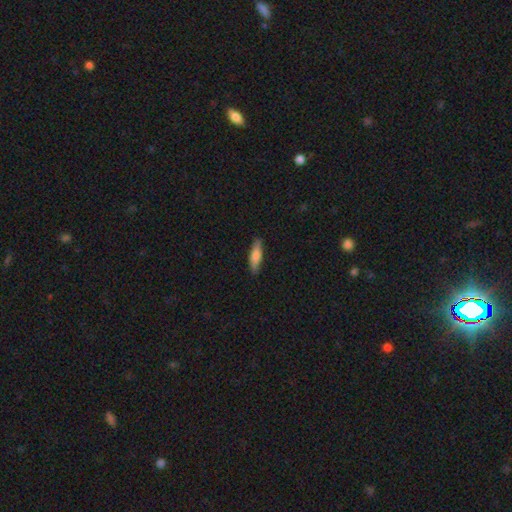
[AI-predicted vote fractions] smooth-or-featured: smooth: 78% | featured or disk: 17% | star or artifact: 6%
  how-rounded: cigar-shaped: 64% | in between: 35% | round: 2%
  merging: none: 87% | minor disturbance: 10% | major disturbance: 2% | merger: 1%